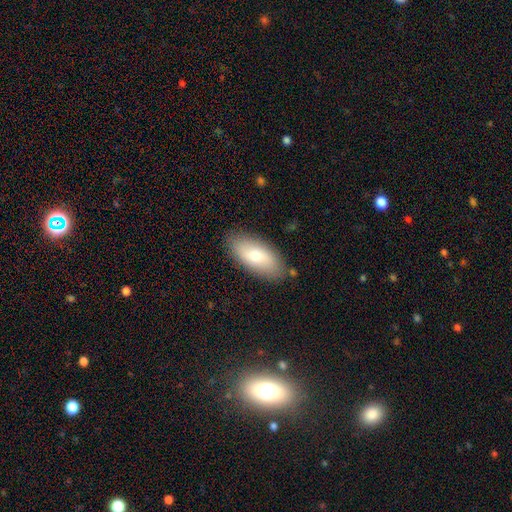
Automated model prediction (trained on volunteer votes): Smooth or featured: smooth — 71% (featured or disk — 23%)
How rounded: in between — 89% (cigar-shaped — 8%)
Merging: none — 84% (minor disturbance — 12%)